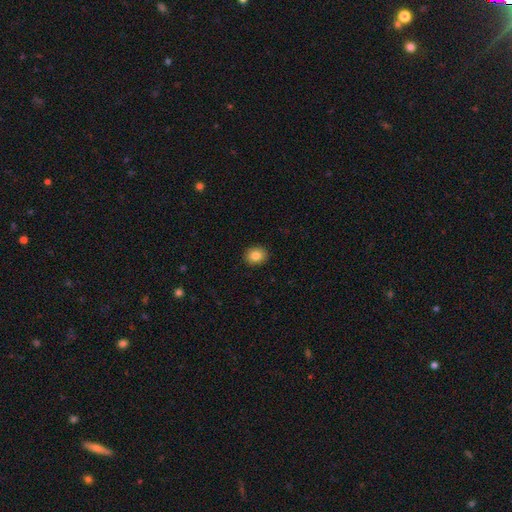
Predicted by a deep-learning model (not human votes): Morphology: type=smooth (85%); roundness=round (61%); merging=none (91%).